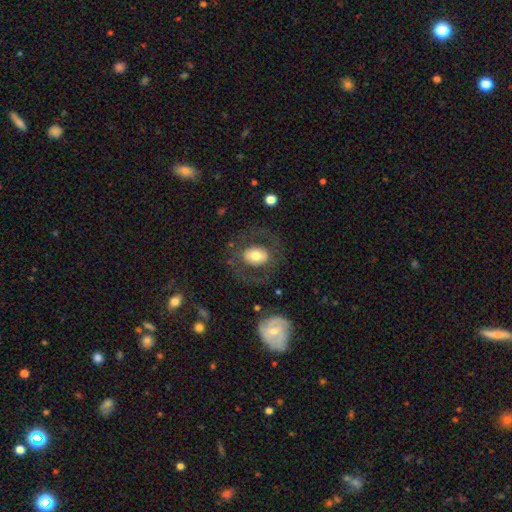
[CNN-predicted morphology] Q: Smooth or featured?
A: smooth (50%); runner-up: featured or disk (43%)
Q: How rounded?
A: in between (52%); runner-up: round (47%)
Q: Merging?
A: none (72%); runner-up: major disturbance (15%)